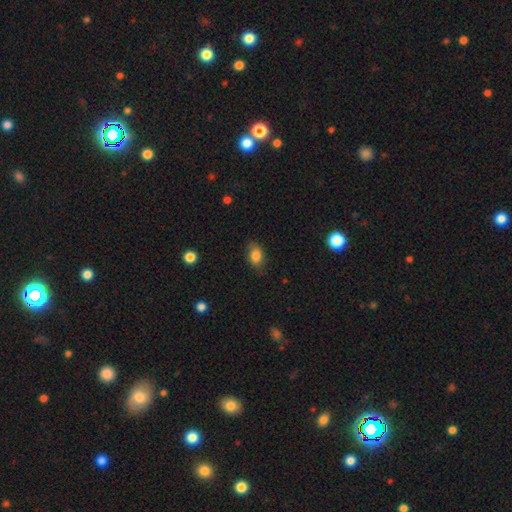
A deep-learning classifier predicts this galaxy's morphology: Smooth or featured: smooth — 84% (star or artifact — 9%)
How rounded: in between — 82% (round — 16%)
Merging: none — 79% (minor disturbance — 16%)